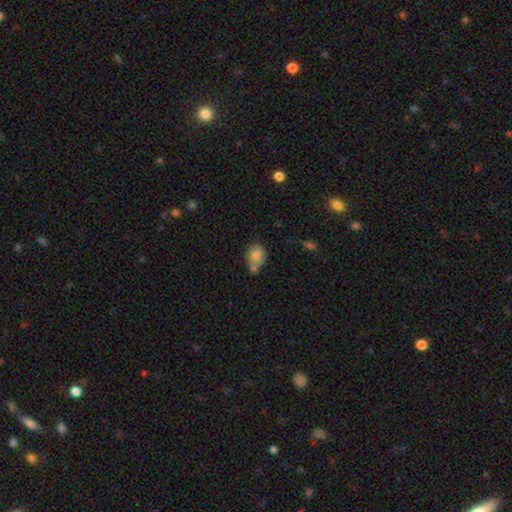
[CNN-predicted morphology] Q: Smooth or featured?
A: smooth (77%); runner-up: featured or disk (13%)
Q: How rounded?
A: in between (54%); runner-up: round (44%)
Q: Merging?
A: none (44%); runner-up: merger (28%)